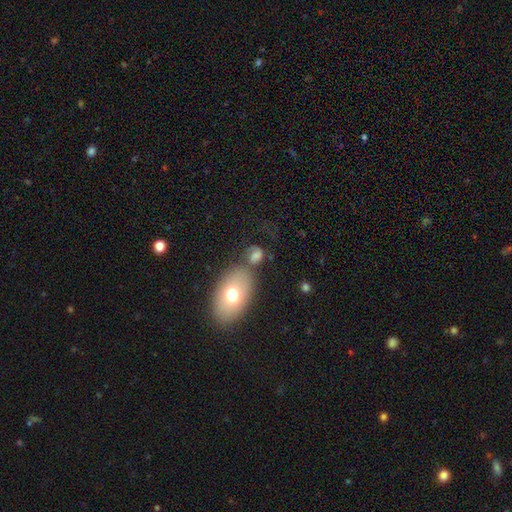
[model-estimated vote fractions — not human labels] Q: Smooth or featured?
A: smooth (64%); runner-up: featured or disk (23%)
Q: How rounded?
A: in between (69%); runner-up: round (28%)
Q: Merging?
A: none (55%); runner-up: merger (20%)